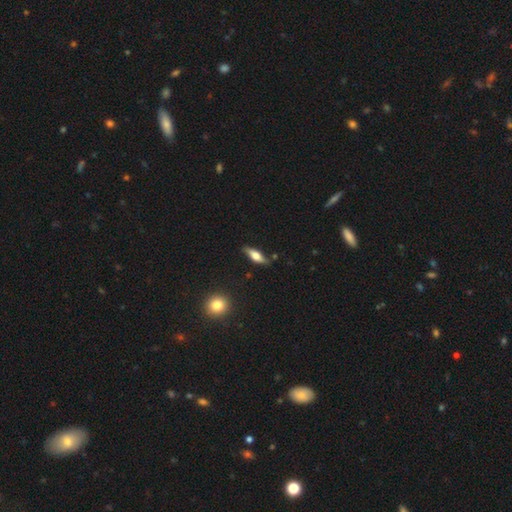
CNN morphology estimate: Smooth or featured? Predicted: smooth (p=0.51). How rounded? Predicted: in between (p=0.49). Merging? Predicted: none (p=0.80).